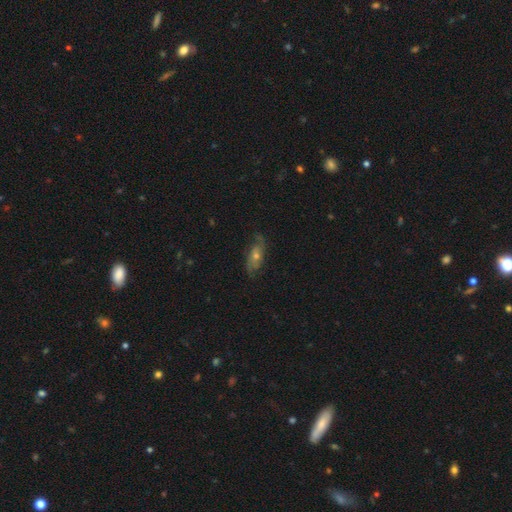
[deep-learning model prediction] Overall: featured or disk (60%; smooth 28%). Edge-on disk: no (81%). Merging: none (71%).